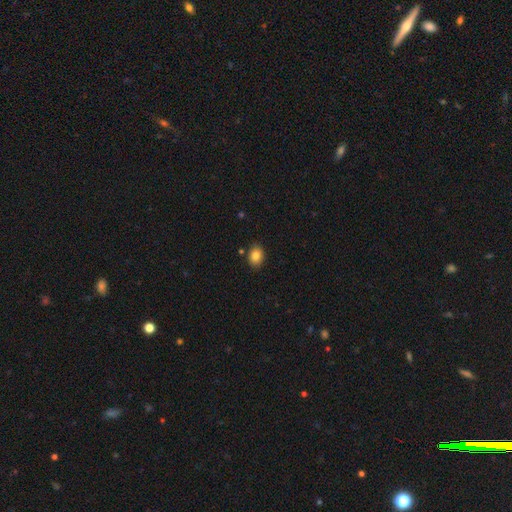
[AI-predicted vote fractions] Smooth or featured? smooth (84%)
How rounded? in between (67%)
Merging? none (86%)